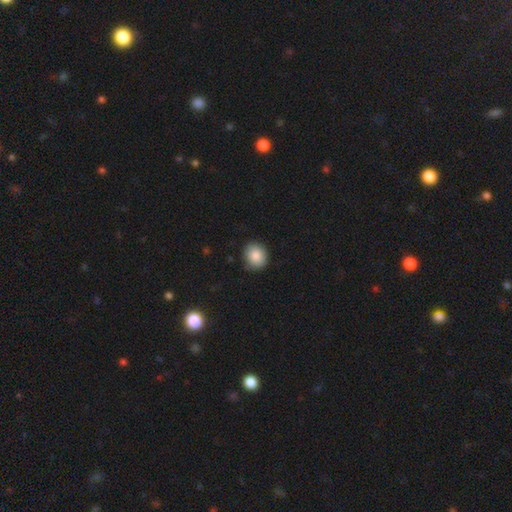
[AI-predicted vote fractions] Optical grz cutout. It shows a smooth galaxy with no disk features (87%) that is round (69%). Merging: none (84%).